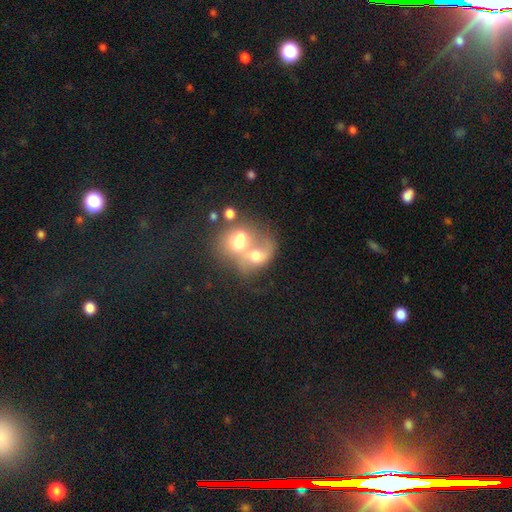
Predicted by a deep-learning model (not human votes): Q: Smooth or featured?
A: smooth (52%); runner-up: featured or disk (36%)
Q: How rounded?
A: in between (51%); runner-up: round (48%)
Q: Merging?
A: merger (74%); runner-up: none (11%)